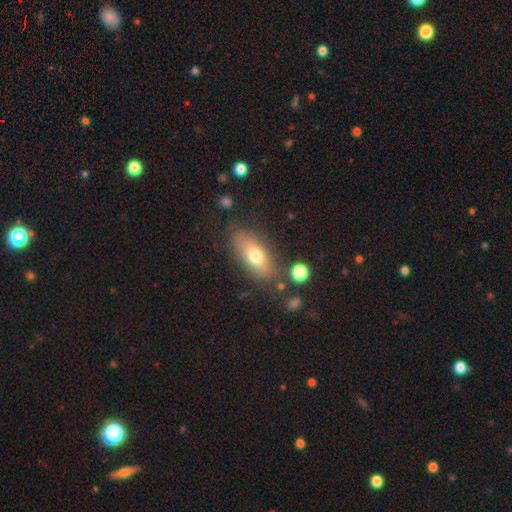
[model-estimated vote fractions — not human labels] smooth 68%, featured or disk 23%, star or artifact 8%. Down the decision tree: how rounded — in between (77%); merging — none (76%).